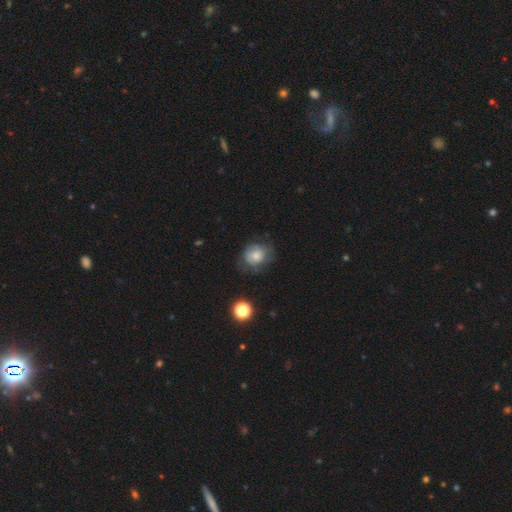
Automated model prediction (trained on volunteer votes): A smooth galaxy with no disk features (64%) that is round (67%).

Vote fractions:
- Smooth or featured? smooth: 64% / featured or disk: 26% / star or artifact: 10%
- How rounded? round: 67% / in between: 32% / cigar-shaped: 1%
- Merging? none: 57% / minor disturbance: 27% / major disturbance: 14% / merger: 2%